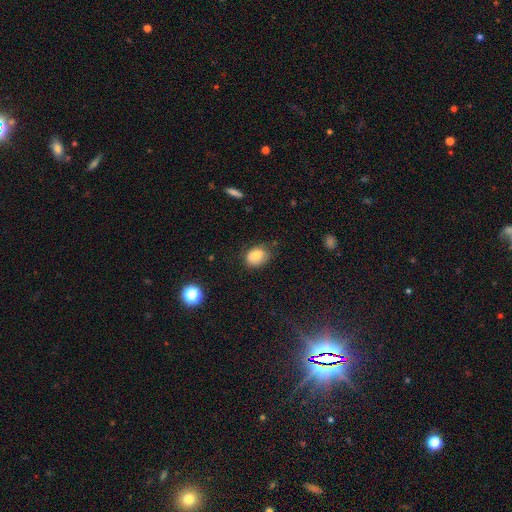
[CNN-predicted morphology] smooth_or_featured: smooth (p=0.80) [alt: featured or disk p=0.10]
how_rounded: in between (p=0.64) [alt: round p=0.35]
merging: none (p=0.68) [alt: minor disturbance p=0.25]